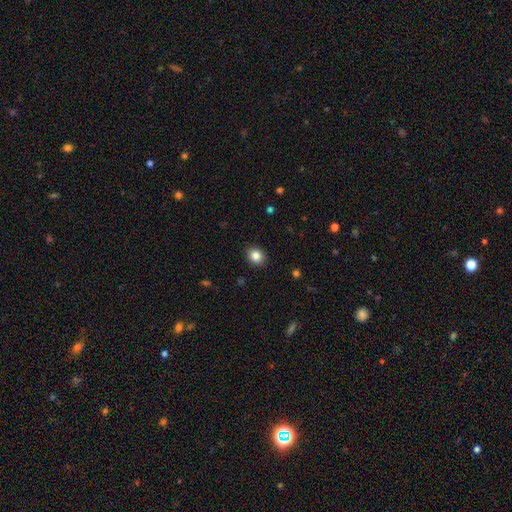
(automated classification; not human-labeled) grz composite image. It shows a smooth galaxy with no disk features (85%) that is round (59%). Merging: none (90%).